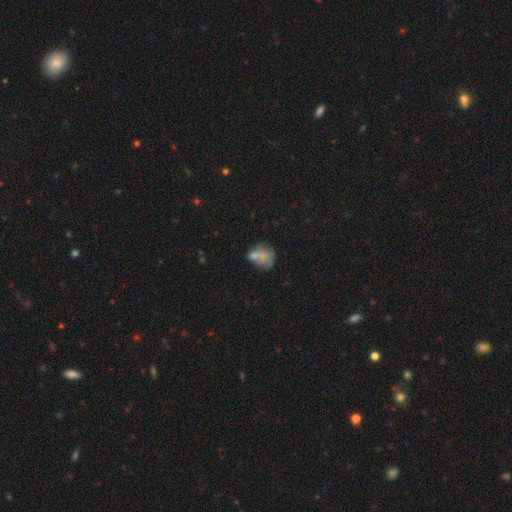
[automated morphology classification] Smooth or featured?
  - smooth: 53% *
  - featured or disk: 31%
  - star or artifact: 17%
How rounded?
  - round: 64% *
  - in between: 34%
  - cigar-shaped: 2%
Merging?
  - none: 46% *
  - merger: 26%
  - minor disturbance: 18%
  - major disturbance: 10%